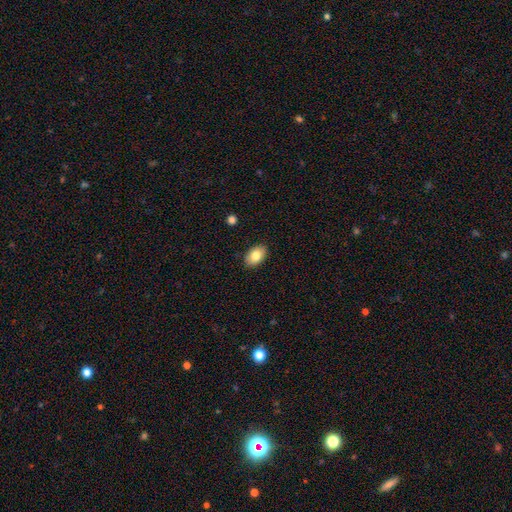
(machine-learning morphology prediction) A smooth galaxy with no disk features (82%) that is in between round and cigar-shaped (90%).

Vote fractions:
- Smooth or featured? smooth: 82% / featured or disk: 11% / star or artifact: 7%
- How rounded? in between: 90% / round: 9% / cigar-shaped: 1%
- Merging? none: 89% / minor disturbance: 8% / major disturbance: 2% / merger: 1%